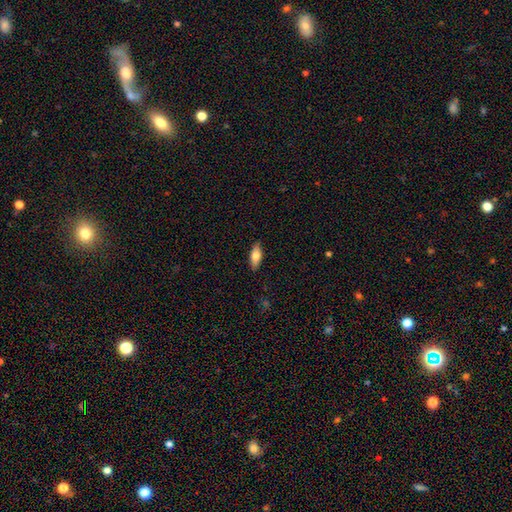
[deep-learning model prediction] Morphology: type=smooth (74%); roundness=in between (77%); merging=none (88%).